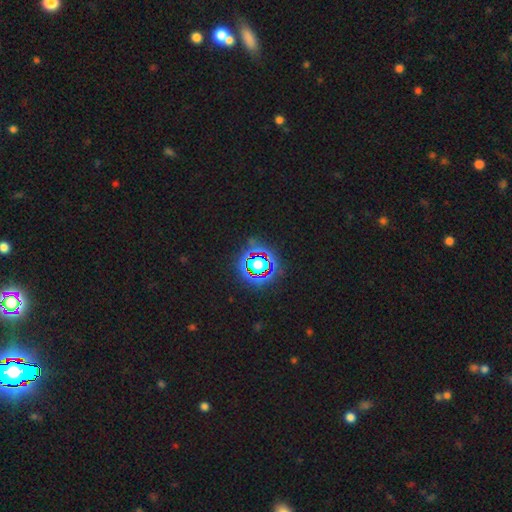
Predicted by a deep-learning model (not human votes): Smooth or featured?
  - star or artifact: 81% *
  - smooth: 12%
  - featured or disk: 7%